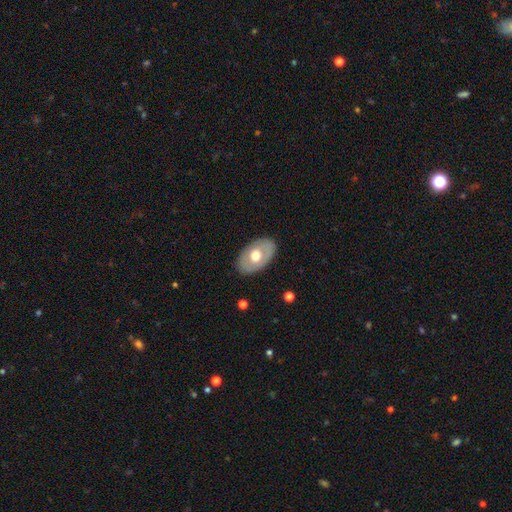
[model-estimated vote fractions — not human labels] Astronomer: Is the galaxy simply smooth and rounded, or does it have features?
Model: smooth — 52% (runner-up: featured or disk, 43%).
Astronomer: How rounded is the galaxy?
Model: in between — 87%.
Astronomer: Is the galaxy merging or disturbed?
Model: none — 84%.